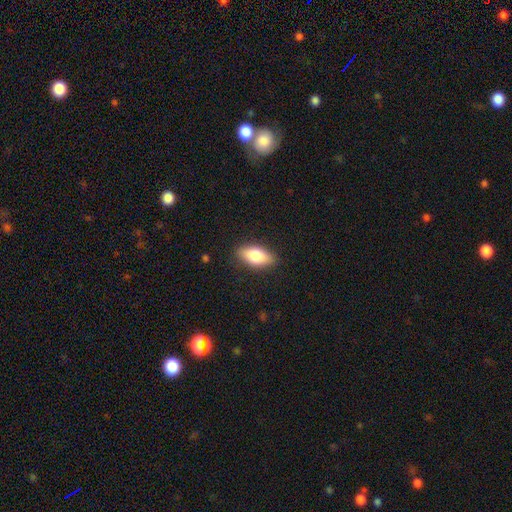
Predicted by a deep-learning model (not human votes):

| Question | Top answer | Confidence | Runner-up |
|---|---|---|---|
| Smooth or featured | smooth | 78% | featured or disk (15%) |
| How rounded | in between | 87% | cigar-shaped (9%) |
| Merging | none | 87% | minor disturbance (10%) |